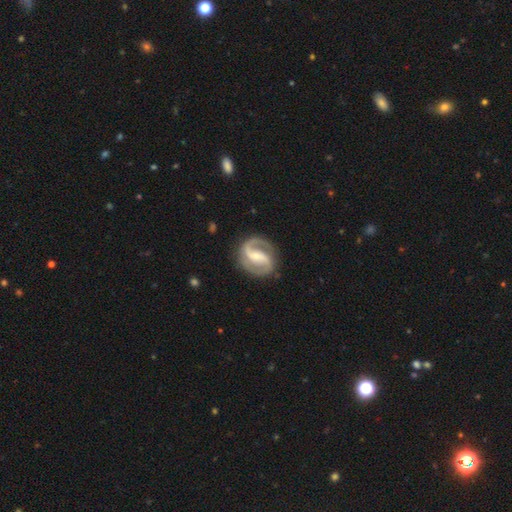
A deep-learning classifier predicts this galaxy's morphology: Smooth or featured?
  - featured or disk: 91% *
  - smooth: 5%
  - star or artifact: 4%
Edge-on disk?
  - no: 98% *
  - yes: 2%
Bar?
  - weak: 41% *
  - strong: 38%
  - no: 22%
Spiral arms?
  - yes: 98% *
  - no: 2%
Spiral winding?
  - medium: 57% *
  - tight: 24%
  - loose: 19%
Spiral arm count?
  - 2: 91% *
  - 1: 3%
  - can't tell: 2%
  - 3: 1%
  - 4: 1%
  - more than 4: 1%
Bulge size?
  - small: 62% *
  - moderate: 32%
  - none: 3%
  - large: 2%
  - dominant: 1%
Merging?
  - none: 81% *
  - minor disturbance: 12%
  - major disturbance: 5%
  - merger: 1%